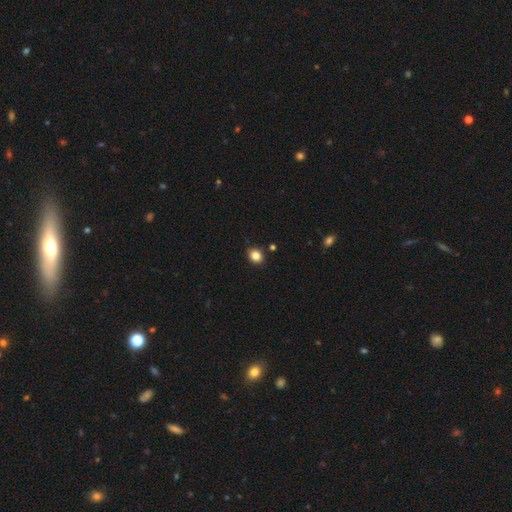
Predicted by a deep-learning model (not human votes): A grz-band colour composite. It shows a smooth galaxy with no disk features (84%) that is round (51%). Merging: none (87%).